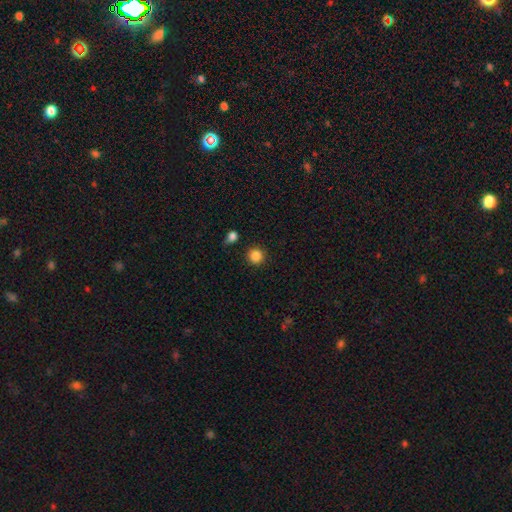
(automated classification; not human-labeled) Morphology: type=smooth (86%); roundness=round (94%); merging=none (88%).